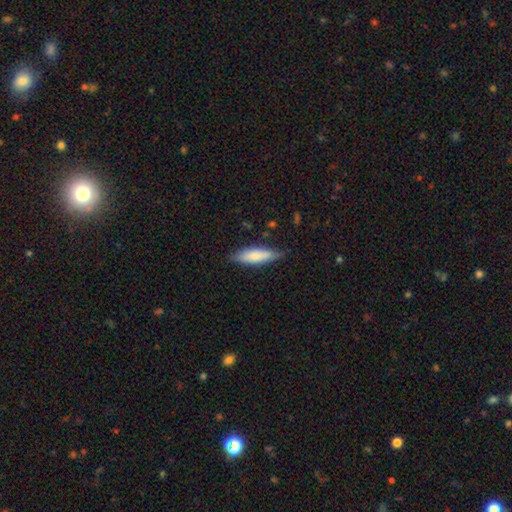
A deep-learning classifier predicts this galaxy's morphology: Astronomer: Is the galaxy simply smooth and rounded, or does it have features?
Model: smooth — 77%.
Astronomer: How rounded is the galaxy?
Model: cigar-shaped — 55% (runner-up: in between, 43%).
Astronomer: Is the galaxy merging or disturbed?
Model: none — 76%.